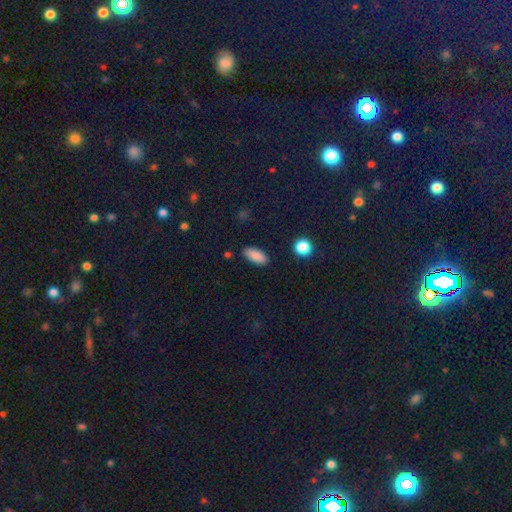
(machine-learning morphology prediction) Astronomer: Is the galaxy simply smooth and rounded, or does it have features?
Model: smooth — 88%.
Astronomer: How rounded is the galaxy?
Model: in between — 89%.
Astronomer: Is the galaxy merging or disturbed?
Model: none — 87%.